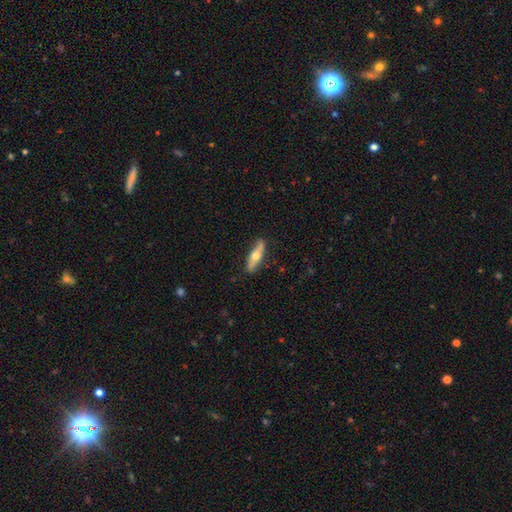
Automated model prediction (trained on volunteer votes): This appears to be a smooth galaxy with no disk features (48%). Merging: none (87%).